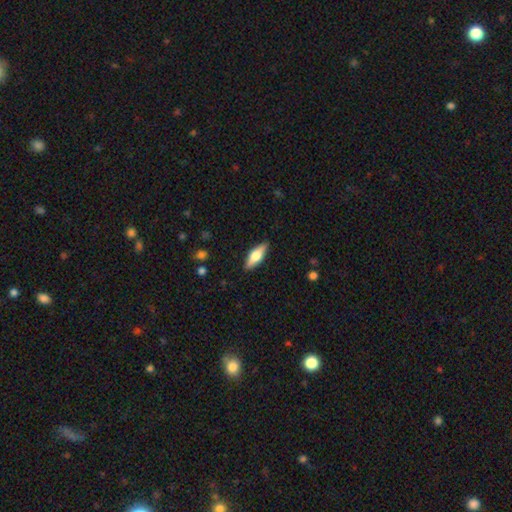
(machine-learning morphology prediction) This appears to be a smooth galaxy with no disk features (55%) that is in between round and cigar-shaped (60%). Merging: none (89%).